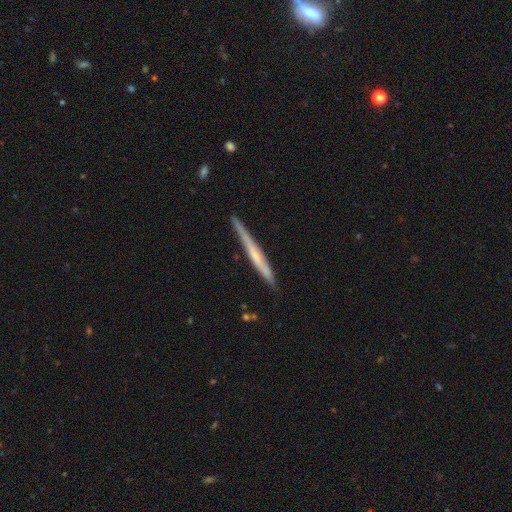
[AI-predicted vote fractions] Smooth or featured? Predicted: featured or disk (p=0.56). Edge-on disk? Predicted: yes (p=0.96). Edge-on bulge? Predicted: none (p=0.70). Merging? Predicted: none (p=0.83).